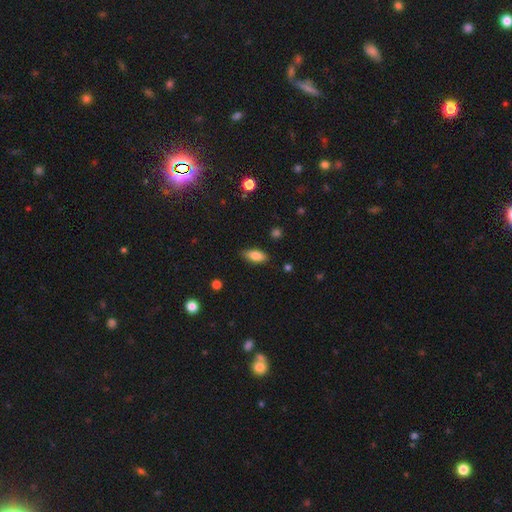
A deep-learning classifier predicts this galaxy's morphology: This is clearly a smooth galaxy (83%). How rounded: clearly in between (84%). Merging: clearly none (83%).